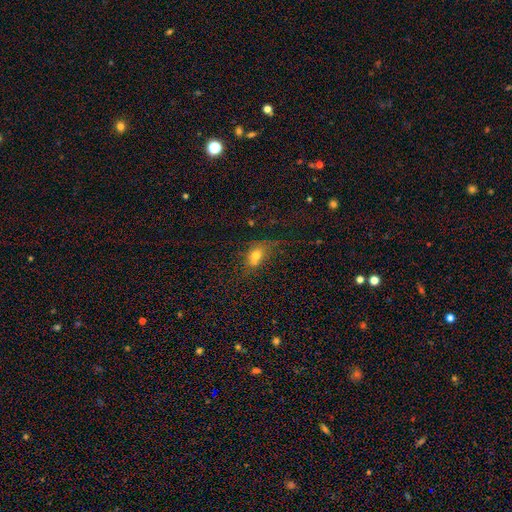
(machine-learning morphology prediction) smooth-or-featured: smooth: 68% | featured or disk: 16% | star or artifact: 16%
  how-rounded: in between: 65% | round: 32% | cigar-shaped: 3%
  merging: none: 39% | minor disturbance: 24% | major disturbance: 20% | merger: 17%